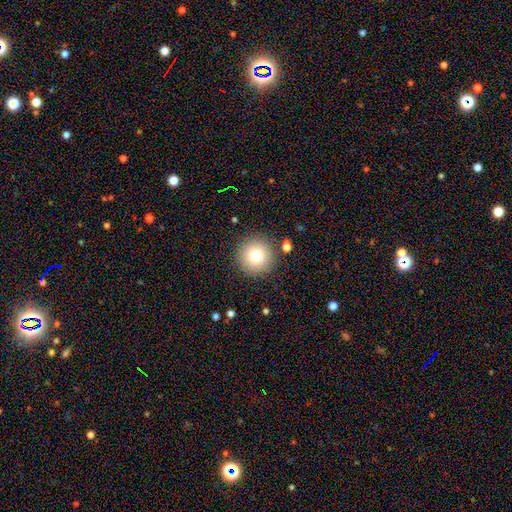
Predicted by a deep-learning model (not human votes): smooth 77%, star or artifact 12%, featured or disk 11%. Down the decision tree: how rounded — round (96%); merging — none (89%).